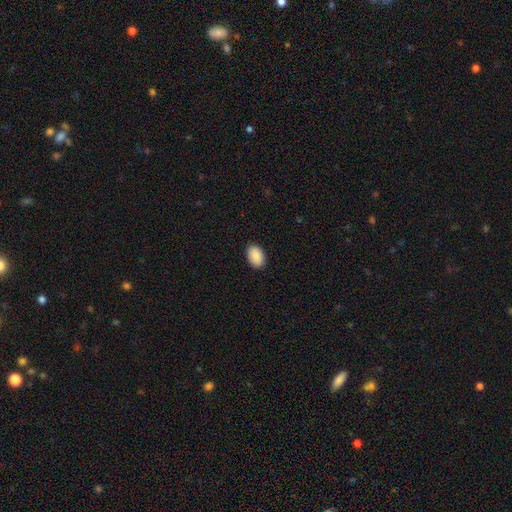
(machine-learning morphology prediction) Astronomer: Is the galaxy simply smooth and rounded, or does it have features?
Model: smooth — 89%.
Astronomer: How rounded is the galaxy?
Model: in between — 86%.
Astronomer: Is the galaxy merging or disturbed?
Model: none — 89%.